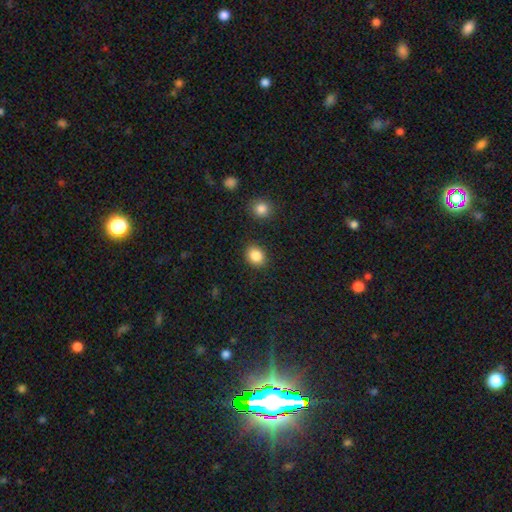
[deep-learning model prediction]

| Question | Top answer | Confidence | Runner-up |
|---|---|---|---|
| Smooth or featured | smooth | 86% | star or artifact (9%) |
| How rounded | round | 52% | in between (47%) |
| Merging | none | 87% | minor disturbance (8%) |